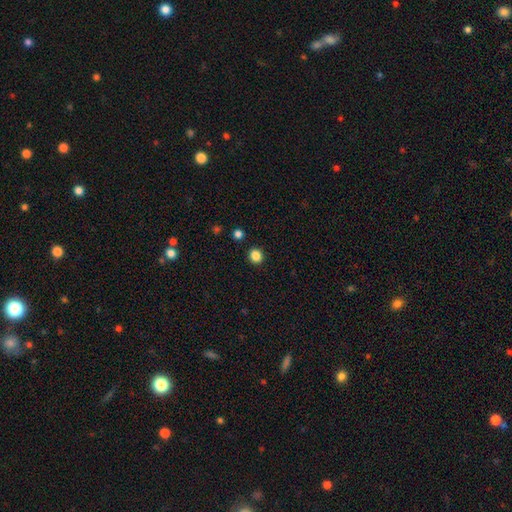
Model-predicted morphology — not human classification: Smooth or featured? Predicted: smooth (p=0.85). How rounded? Predicted: round (p=0.80). Merging? Predicted: none (p=0.90).